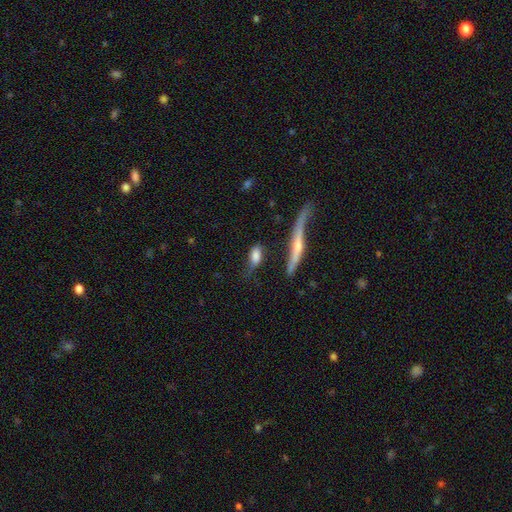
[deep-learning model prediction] smooth_or_featured: smooth (p=0.69) [alt: featured or disk p=0.23]
how_rounded: in between (p=0.74) [alt: cigar-shaped p=0.18]
merging: none (p=0.46) [alt: minor disturbance p=0.29]